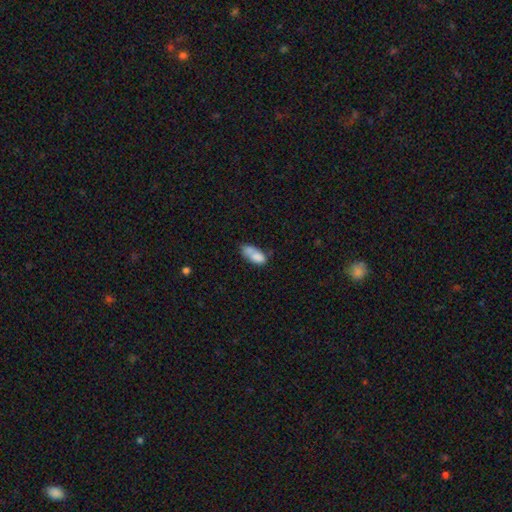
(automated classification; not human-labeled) This appears to be a smooth galaxy with no disk features (76%) that is in between round and cigar-shaped (84%). Merging: merger (35%).